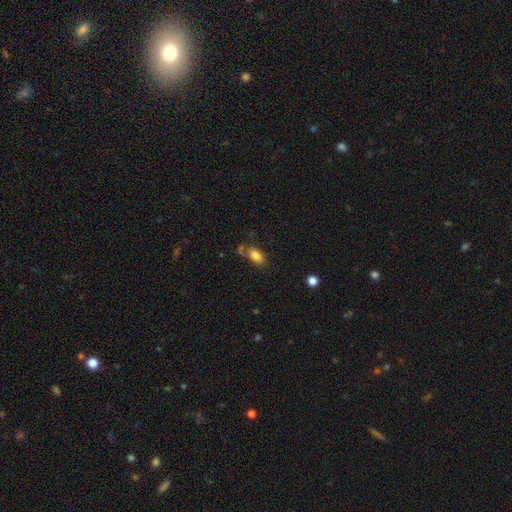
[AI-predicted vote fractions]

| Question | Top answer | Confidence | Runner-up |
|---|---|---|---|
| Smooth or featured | smooth | 82% | featured or disk (9%) |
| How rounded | in between | 89% | round (7%) |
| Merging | none | 59% | minor disturbance (21%) |